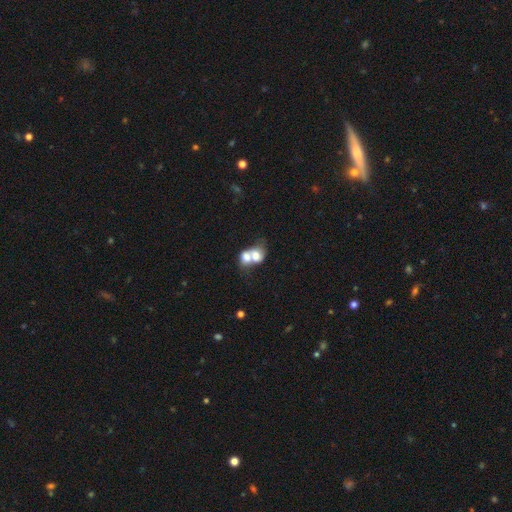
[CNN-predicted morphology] smooth_or_featured: smooth (p=0.65) [alt: featured or disk p=0.27]
how_rounded: in between (p=0.52) [alt: round p=0.47]
merging: merger (p=0.79) [alt: none p=0.12]